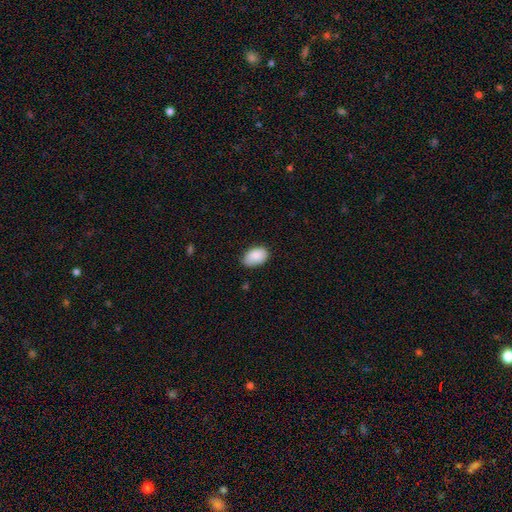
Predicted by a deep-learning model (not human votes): smooth_or_featured: smooth (p=0.87) [alt: star or artifact p=0.07]
how_rounded: in between (p=0.92) [alt: round p=0.07]
merging: none (p=0.74) [alt: minor disturbance p=0.22]